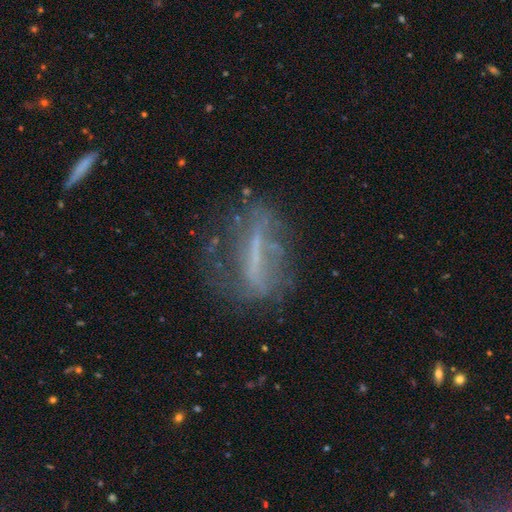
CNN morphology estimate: smooth_or_featured: featured or disk (p=0.60) [alt: smooth p=0.25]
disk_edge_on: no (p=0.73) [alt: yes p=0.27]
merging: none (p=0.52) [alt: major disturbance p=0.22]